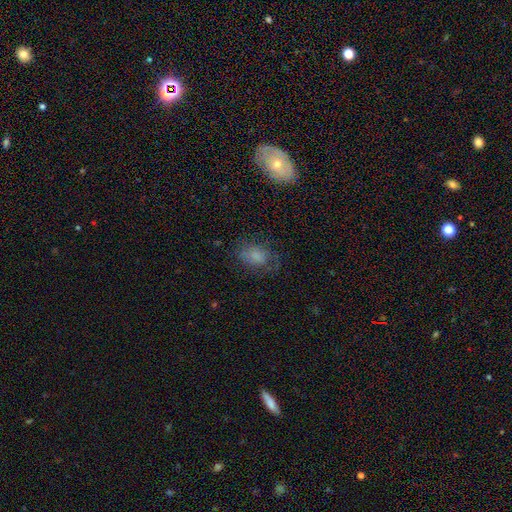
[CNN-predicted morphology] This appears to be a smooth galaxy with no disk features (71%) that is in between round and cigar-shaped (79%). Merging: none (60%).